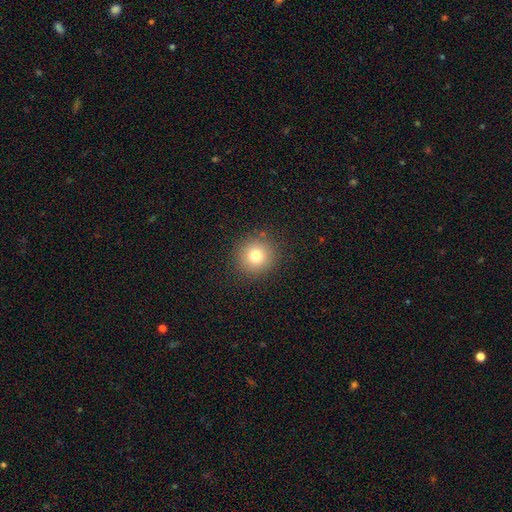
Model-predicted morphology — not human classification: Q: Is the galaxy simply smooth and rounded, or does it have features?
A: smooth — 78%.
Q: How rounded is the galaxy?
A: round — 92%.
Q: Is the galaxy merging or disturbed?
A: none — 89%.